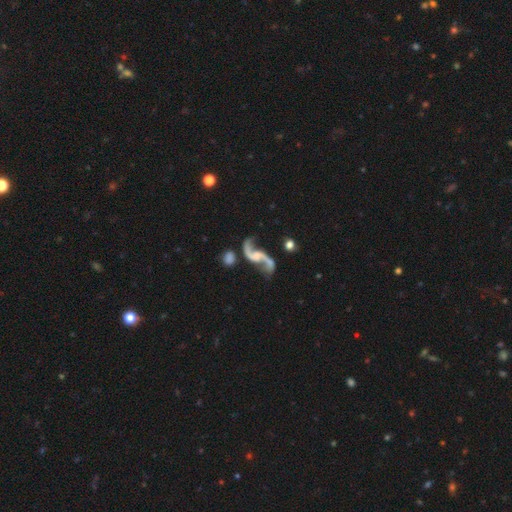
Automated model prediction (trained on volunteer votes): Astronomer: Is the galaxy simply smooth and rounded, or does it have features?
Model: featured or disk — 90%.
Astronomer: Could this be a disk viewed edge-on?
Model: no — 96%.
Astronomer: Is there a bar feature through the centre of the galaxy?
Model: no — 52% (runner-up: weak, 35%).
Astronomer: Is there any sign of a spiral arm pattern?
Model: yes — 96%.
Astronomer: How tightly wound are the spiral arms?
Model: loose — 88%.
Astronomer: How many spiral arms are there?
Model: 2 — 94%.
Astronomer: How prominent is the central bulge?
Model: small — 40% (runner-up: none, 33%).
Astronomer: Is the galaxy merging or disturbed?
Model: none — 60%.